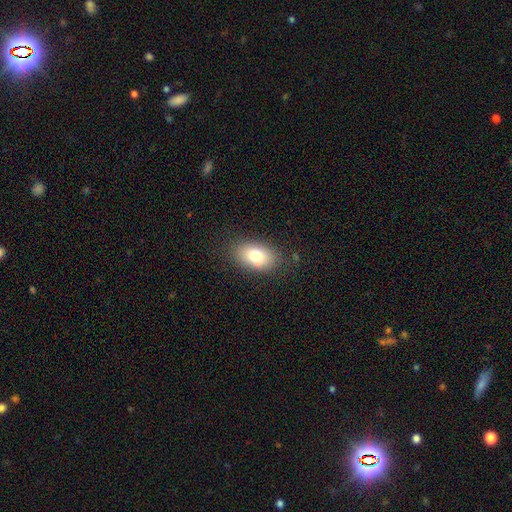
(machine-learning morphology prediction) Q: Smooth or featured?
A: smooth (77%); runner-up: featured or disk (14%)
Q: How rounded?
A: in between (88%); runner-up: round (10%)
Q: Merging?
A: none (83%); runner-up: minor disturbance (12%)